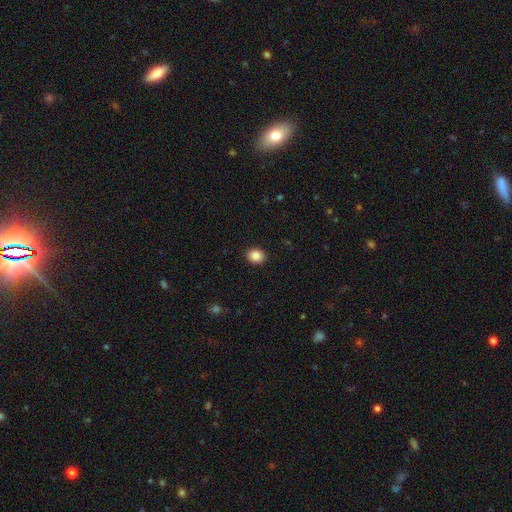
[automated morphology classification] Smooth or featured: smooth — 87% (star or artifact — 9%)
How rounded: round — 64% (in between — 35%)
Merging: none — 91% (minor disturbance — 6%)